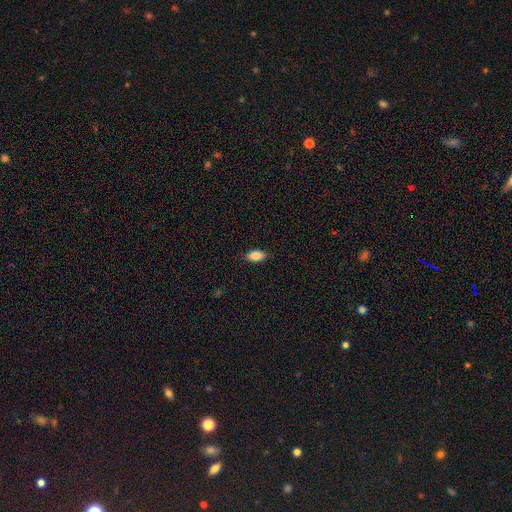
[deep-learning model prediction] A smooth galaxy with no disk features (87%) that is in between round and cigar-shaped (91%). Merging: none (87%).